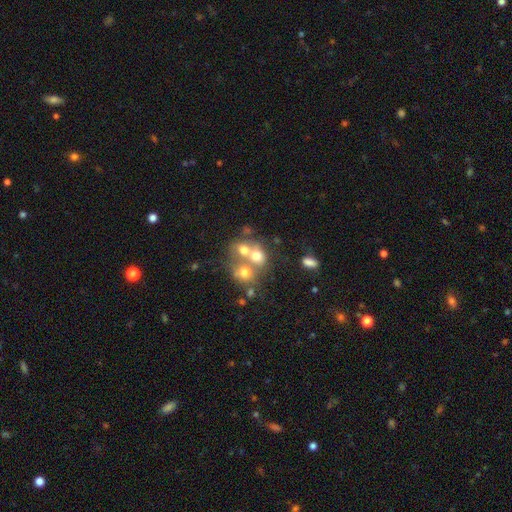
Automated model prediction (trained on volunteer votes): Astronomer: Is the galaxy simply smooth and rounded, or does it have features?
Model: smooth — 62%.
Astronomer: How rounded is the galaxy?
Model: round — 64%.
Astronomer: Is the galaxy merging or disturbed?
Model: merger — 60%.